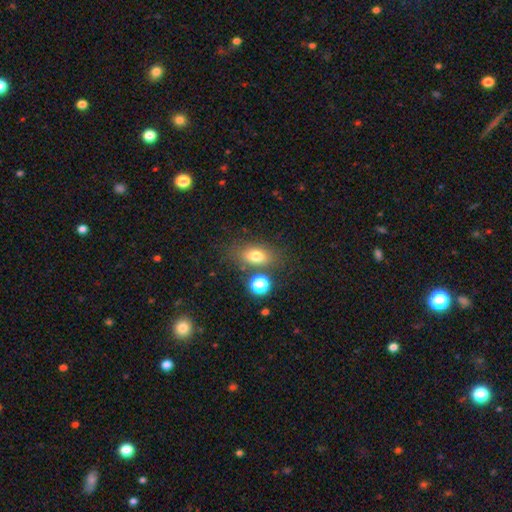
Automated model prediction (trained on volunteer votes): Smooth or featured: smooth — 75% (featured or disk — 13%)
How rounded: in between — 79% (round — 17%)
Merging: none — 70% (minor disturbance — 14%)